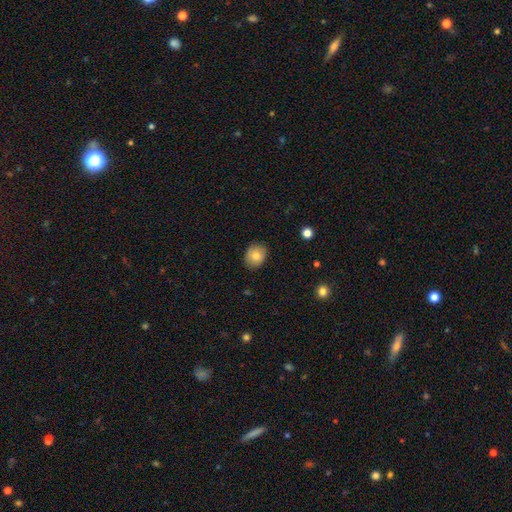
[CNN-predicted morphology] A smooth galaxy with no disk features (78%) that is round (59%). Merging: none (86%).